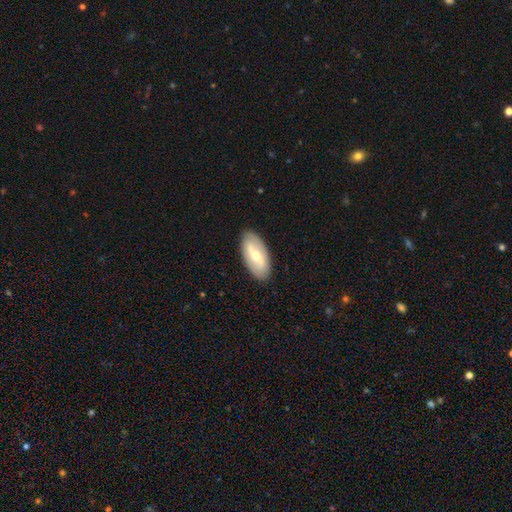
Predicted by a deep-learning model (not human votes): The model was most divided on "smooth or featured": featured or disk: 53%, smooth: 42%, star or artifact: 5%. More confident: merging — none (88%); edge-on disk — no (87%).